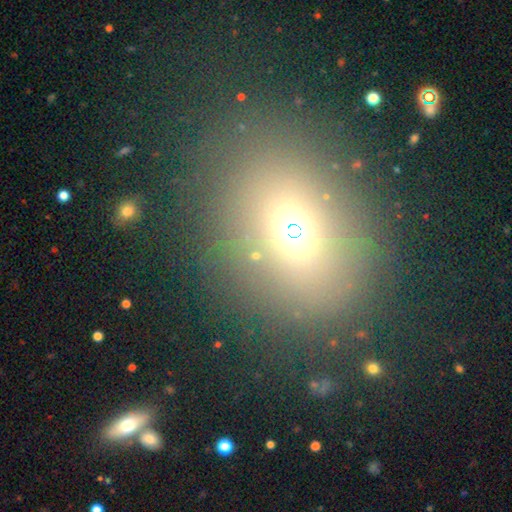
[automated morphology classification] smooth-or-featured: star or artifact: 53% | smooth: 38% | featured or disk: 10%